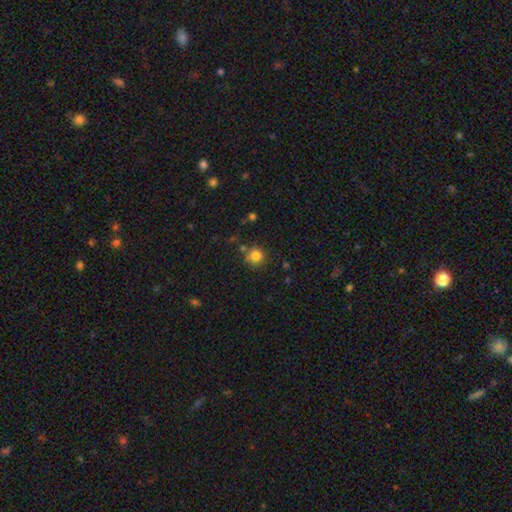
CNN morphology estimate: This is clearly a smooth galaxy (82%). How rounded: clearly round (91%). Merging: likely none (75%).